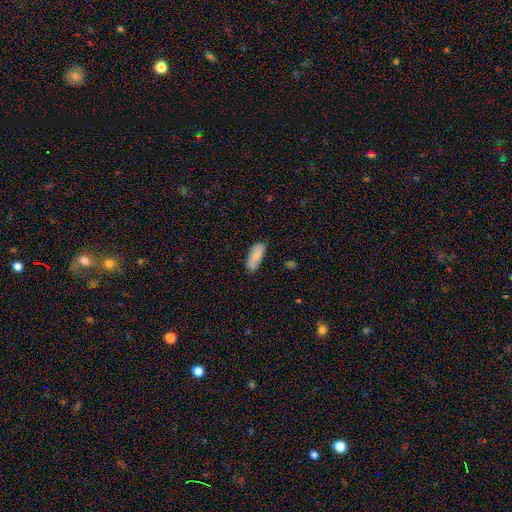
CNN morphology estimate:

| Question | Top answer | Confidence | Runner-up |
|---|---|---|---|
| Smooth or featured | smooth | 76% | featured or disk (17%) |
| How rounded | in between | 77% | cigar-shaped (21%) |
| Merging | none | 79% | minor disturbance (16%) |